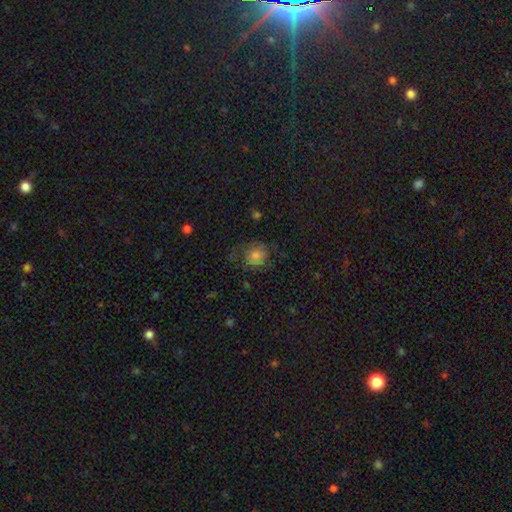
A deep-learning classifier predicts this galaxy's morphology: smooth 68%, featured or disk 20%, star or artifact 12%. Down the decision tree: how rounded — round (82%); merging — none (61%).